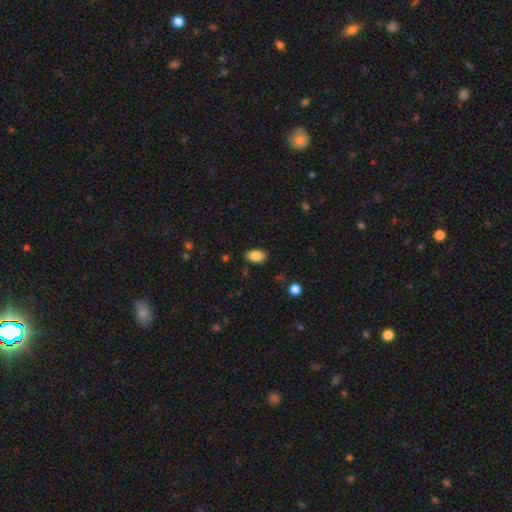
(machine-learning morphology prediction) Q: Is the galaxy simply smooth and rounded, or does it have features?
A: smooth — 87%.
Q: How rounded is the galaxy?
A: in between — 89%.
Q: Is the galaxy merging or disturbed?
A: none — 84%.